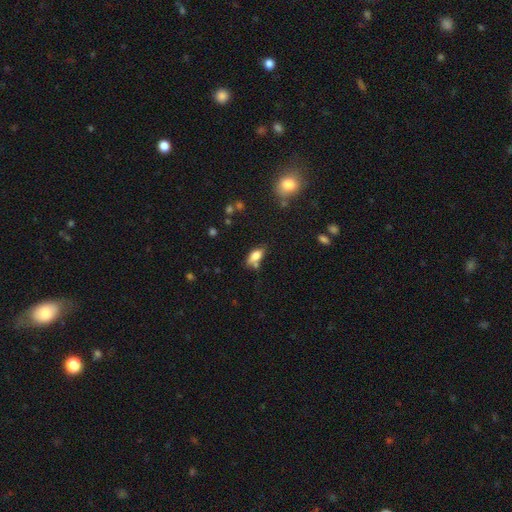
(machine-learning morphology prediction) This is likely a smooth galaxy (75%). How rounded: clearly in between (85%). Merging: possibly none (55%).